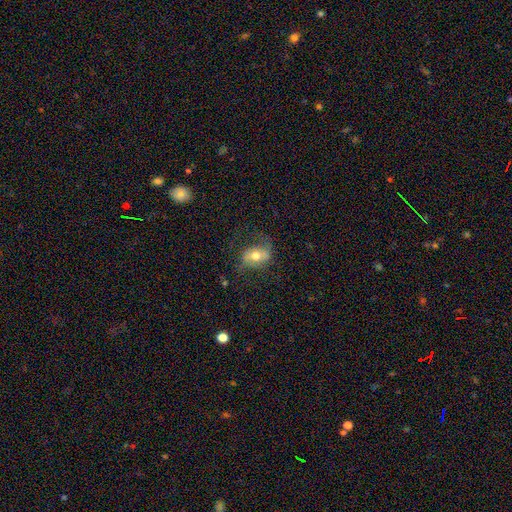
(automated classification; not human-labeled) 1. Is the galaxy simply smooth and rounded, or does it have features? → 49% smooth, 42% featured or disk, 9% star or artifact.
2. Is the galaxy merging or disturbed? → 65% none, 20% minor disturbance, 14% major disturbance, 2% merger.